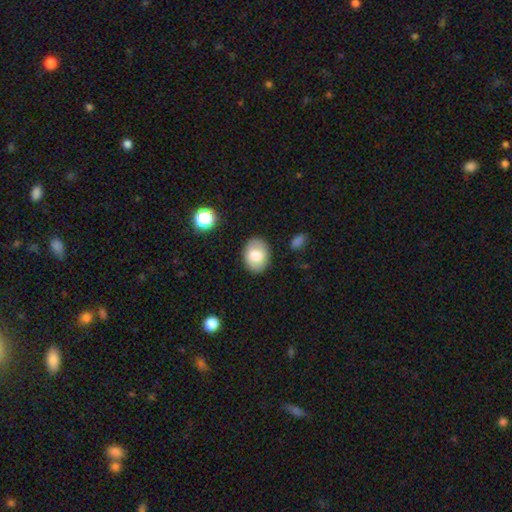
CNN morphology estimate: This appears to be a smooth galaxy with no disk features (74%) that is in between round and cigar-shaped (67%). Merging: none (85%).